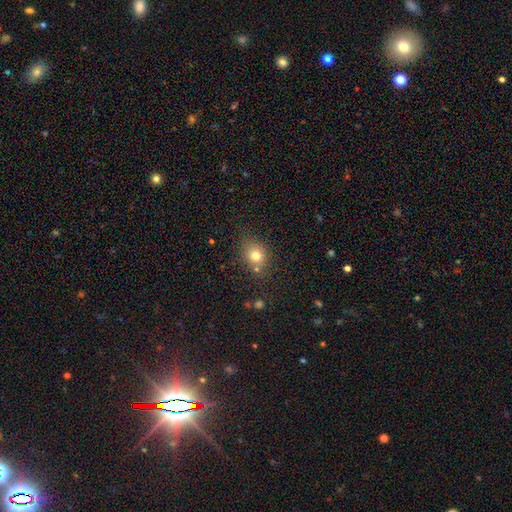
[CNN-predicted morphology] Smooth or featured?
  - smooth: 76% *
  - star or artifact: 14%
  - featured or disk: 10%
How rounded?
  - round: 65% *
  - in between: 34%
  - cigar-shaped: 1%
Merging?
  - none: 71% *
  - minor disturbance: 15%
  - merger: 9%
  - major disturbance: 4%